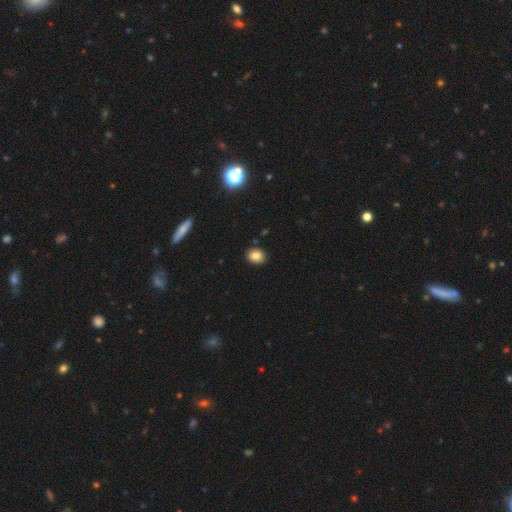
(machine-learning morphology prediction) type=smooth (83%); roundness=round (56%); merging=none (88%).